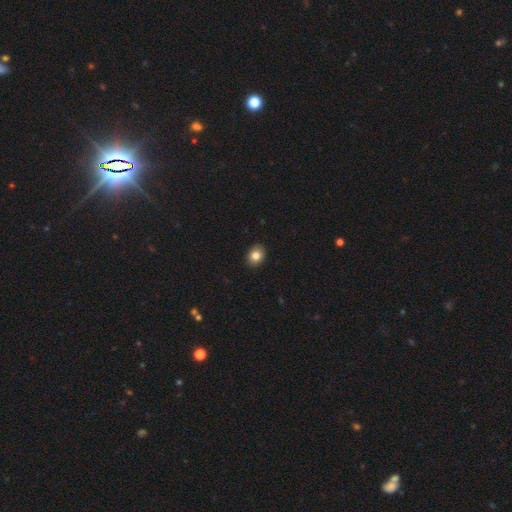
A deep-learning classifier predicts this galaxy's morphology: Smooth or featured? Predicted: smooth (p=0.83). How rounded? Predicted: in between (p=0.51). Merging? Predicted: none (p=0.91).